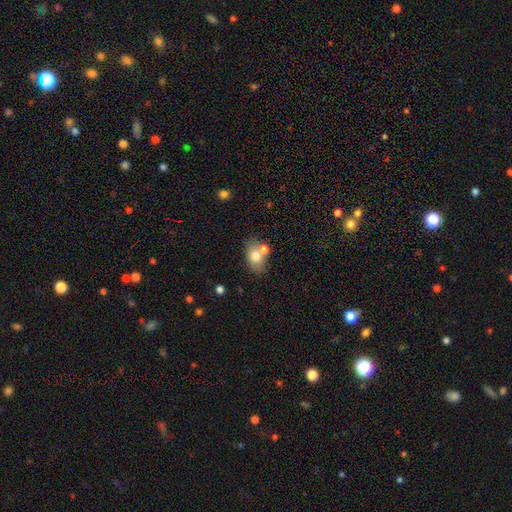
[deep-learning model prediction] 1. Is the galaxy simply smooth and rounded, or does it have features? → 73% smooth, 17% featured or disk, 9% star or artifact.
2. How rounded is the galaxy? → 79% in between, 19% round, 2% cigar-shaped.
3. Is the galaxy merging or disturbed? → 61% none, 22% merger, 13% minor disturbance, 4% major disturbance.